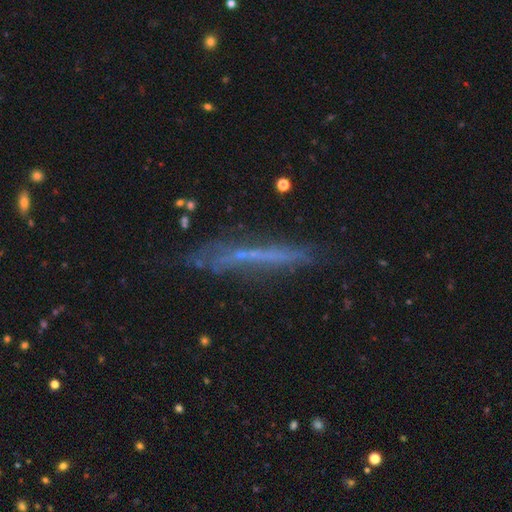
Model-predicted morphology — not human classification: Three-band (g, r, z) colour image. It shows a featured or disk galaxy (50%). Merging: none (68%).